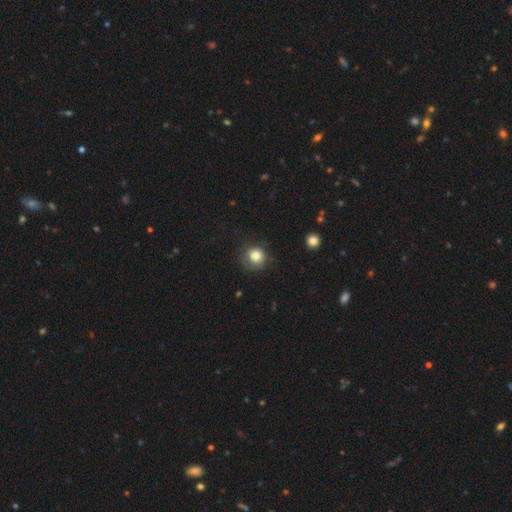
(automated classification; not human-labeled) Smooth or featured? Predicted: smooth (p=0.80). How rounded? Predicted: round (p=0.88). Merging? Predicted: none (p=0.73).